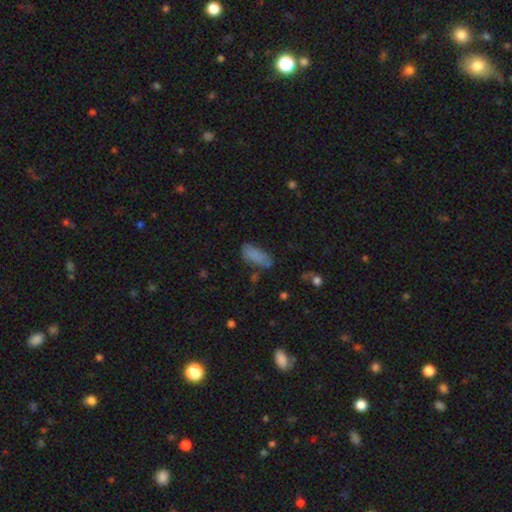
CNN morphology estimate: smooth-or-featured: smooth: 83% | star or artifact: 10% | featured or disk: 7%
  how-rounded: in between: 78% | cigar-shaped: 19% | round: 2%
  merging: none: 63% | minor disturbance: 24% | major disturbance: 8% | merger: 6%